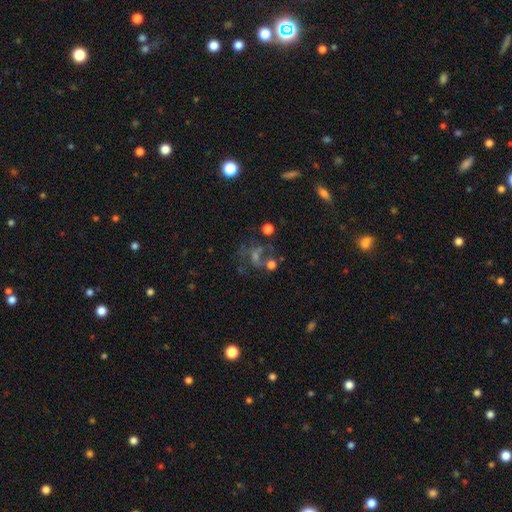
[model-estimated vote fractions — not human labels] Smooth or featured? Predicted: featured or disk (p=0.42). Merging? Predicted: none (p=0.49).